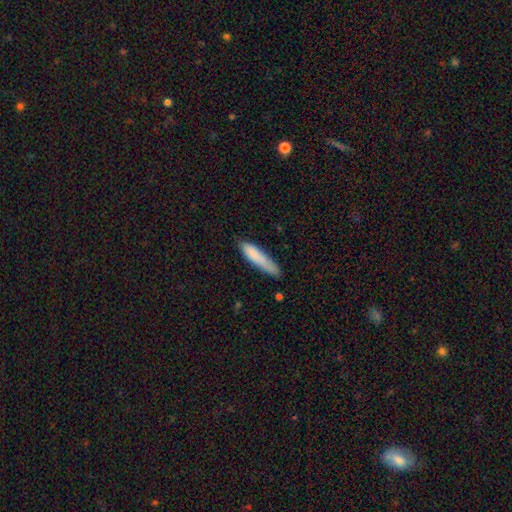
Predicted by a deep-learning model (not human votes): smooth 83%, featured or disk 11%, star or artifact 6%. Down the decision tree: how rounded — cigar-shaped (83%); merging — none (67%).